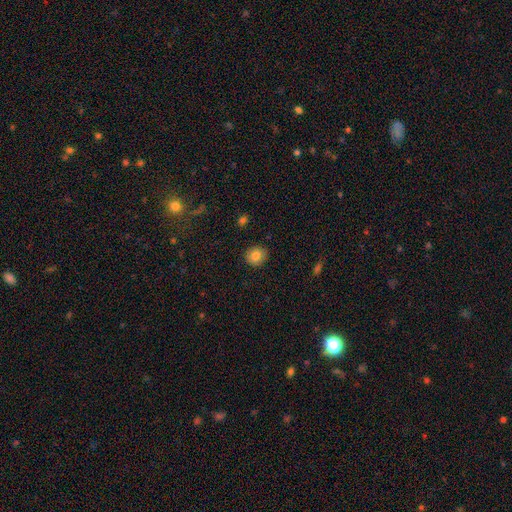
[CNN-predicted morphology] smooth_or_featured: smooth (p=0.82) [alt: star or artifact p=0.09]
how_rounded: round (p=0.82) [alt: in between p=0.17]
merging: none (p=0.89) [alt: minor disturbance p=0.08]